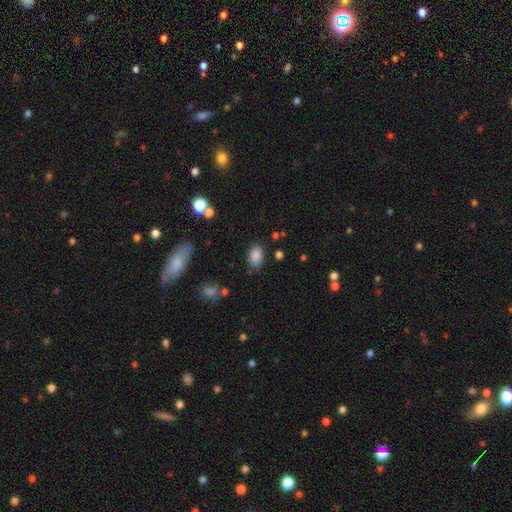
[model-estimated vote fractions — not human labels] This is clearly a smooth galaxy (85%). How rounded: clearly in between (87%). Merging: likely none (79%).